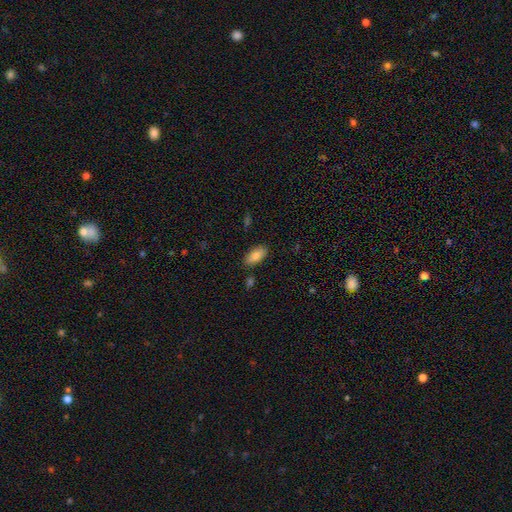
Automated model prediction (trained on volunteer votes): The model was most divided on "smooth or featured": smooth: 81%, featured or disk: 12%, star or artifact: 7%. More confident: how rounded — in between (89%); merging — none (85%).